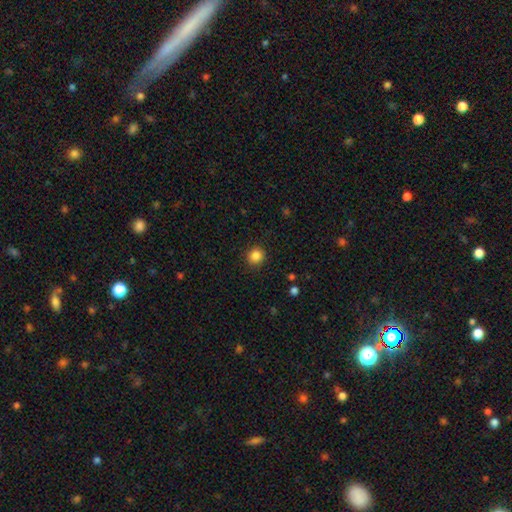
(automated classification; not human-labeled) A smooth galaxy with no disk features (85%) that is round (90%).

Vote fractions:
- Smooth or featured? smooth: 85% / star or artifact: 11% / featured or disk: 4%
- How rounded? round: 90% / in between: 9% / cigar-shaped: 1%
- Merging? none: 90% / minor disturbance: 6% / major disturbance: 2% / merger: 1%